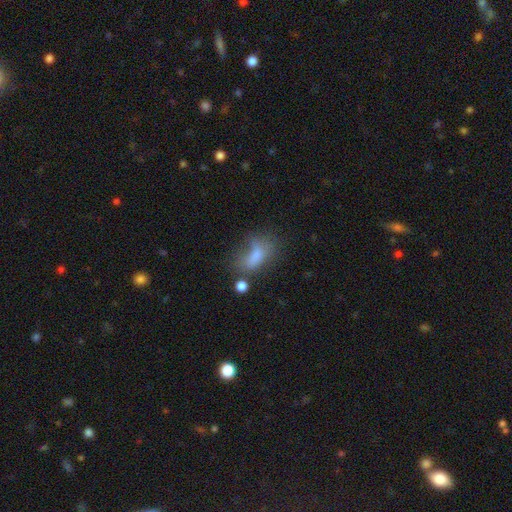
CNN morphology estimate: type=smooth (67%); roundness=in between (83%); merging=major disturbance (32%, tied with none).